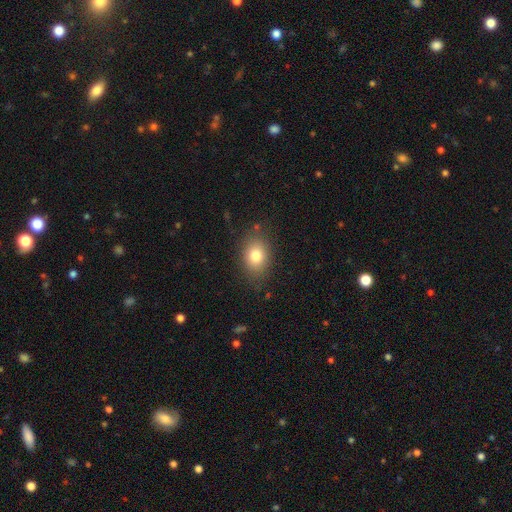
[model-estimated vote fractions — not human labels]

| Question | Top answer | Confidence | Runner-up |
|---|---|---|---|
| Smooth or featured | smooth | 79% | featured or disk (11%) |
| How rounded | in between | 69% | round (30%) |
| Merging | none | 82% | minor disturbance (12%) |